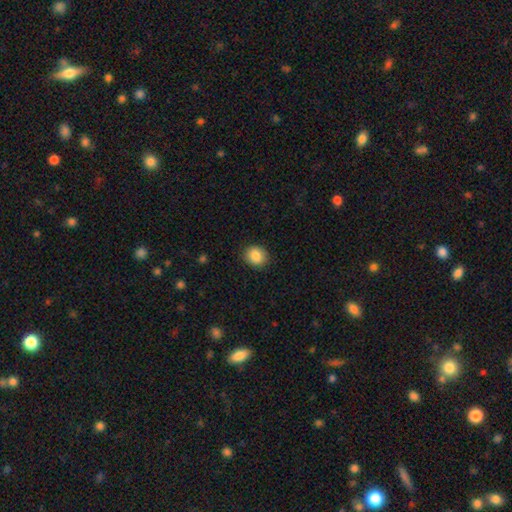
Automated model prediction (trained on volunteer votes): Smooth or featured? Predicted: smooth (p=0.86). How rounded? Predicted: round (p=0.74). Merging? Predicted: none (p=0.88).